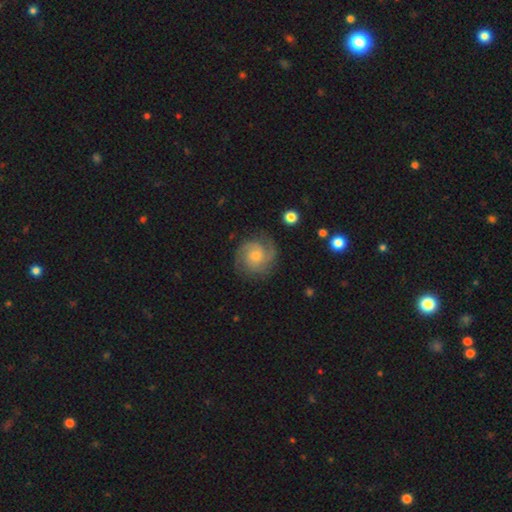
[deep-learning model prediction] This is clearly a featured or disk galaxy (82%). It is clearly not viewed edge-on (98%). Bar: likely no (72%). Spiral arm pattern: clearly yes (97%). Spiral arm count: marginally 2 (42%). Spiral winding: possibly tight (53%). Central bulge: possibly small (53%). Merging: clearly none (82%).